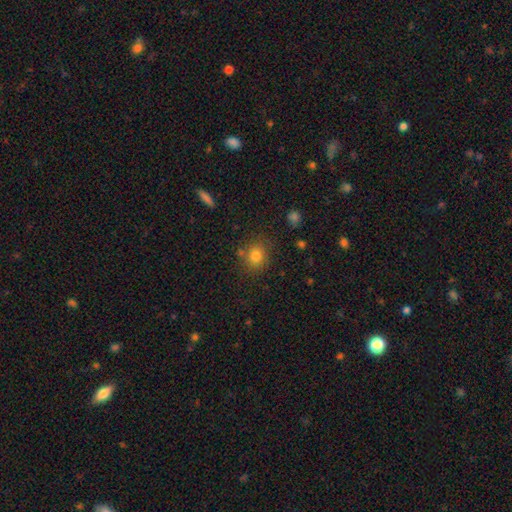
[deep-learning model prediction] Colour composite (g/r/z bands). It shows a smooth galaxy with no disk features (79%) that is round (71%). Merging: none (77%).